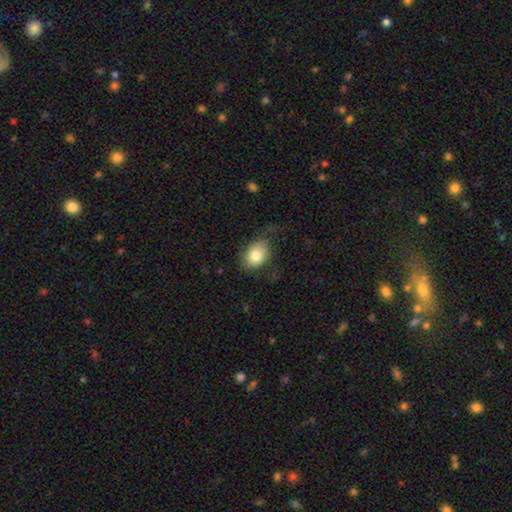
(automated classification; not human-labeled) Q: Smooth or featured?
A: smooth (80%); runner-up: featured or disk (12%)
Q: How rounded?
A: in between (71%); runner-up: round (28%)
Q: Merging?
A: none (61%); runner-up: minor disturbance (25%)